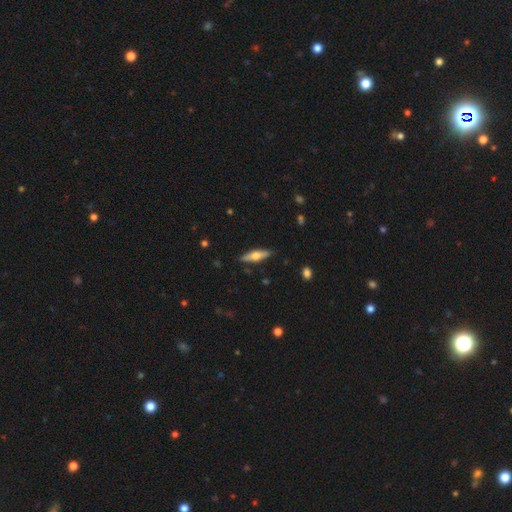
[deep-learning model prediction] Smooth or featured? Predicted: featured or disk (p=0.49). Merging? Predicted: none (p=0.88).